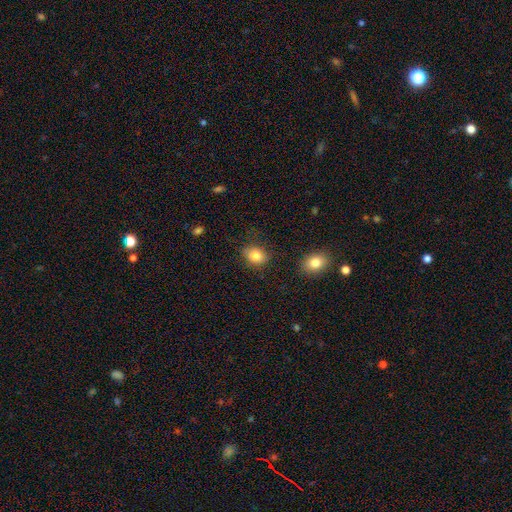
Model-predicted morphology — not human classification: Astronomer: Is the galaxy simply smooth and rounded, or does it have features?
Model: smooth — 82%.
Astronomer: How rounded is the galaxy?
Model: in between — 64%.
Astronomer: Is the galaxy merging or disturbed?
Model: none — 78%.